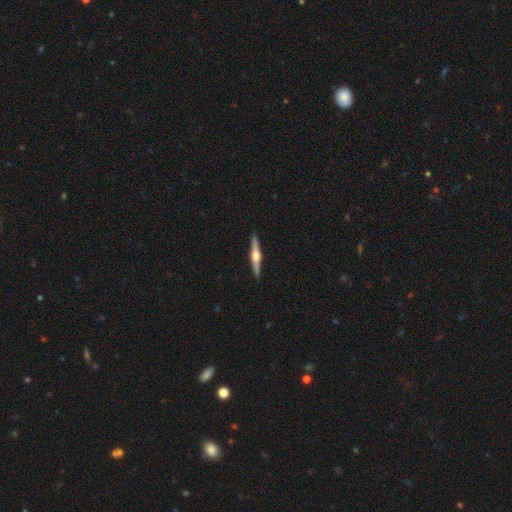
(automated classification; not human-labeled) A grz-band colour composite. It shows a featured or disk galaxy (73%) viewed edge-on (98%) with a rounded central bulge (94%). Merging: none (92%).